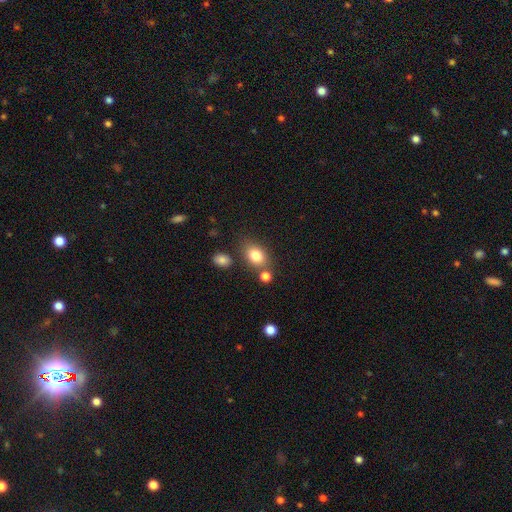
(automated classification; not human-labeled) Q: Smooth or featured?
A: smooth (81%); runner-up: star or artifact (10%)
Q: How rounded?
A: in between (69%); runner-up: round (29%)
Q: Merging?
A: none (67%); runner-up: minor disturbance (15%)